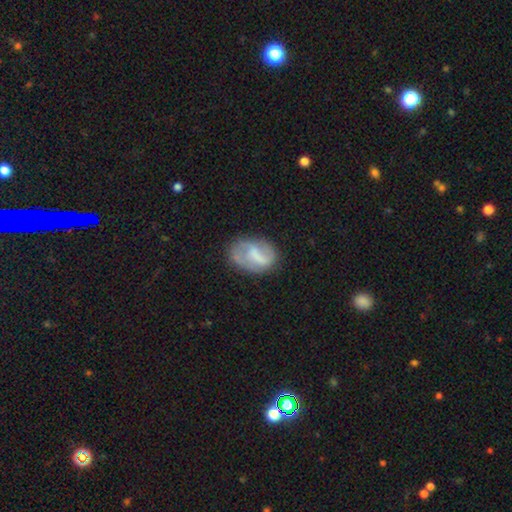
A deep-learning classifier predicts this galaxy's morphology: Smooth or featured?
  - featured or disk: 54% *
  - smooth: 39%
  - star or artifact: 7%
Edge-on disk?
  - no: 97% *
  - yes: 3%
Bar?
  - weak: 44% *
  - no: 28%
  - strong: 28%
Spiral arms?
  - yes: 67% *
  - no: 33%
Bulge size?
  - none: 48% *
  - small: 22%
  - moderate: 20%
  - large: 8%
  - dominant: 2%
Merging?
  - none: 59% *
  - minor disturbance: 25%
  - major disturbance: 14%
  - merger: 3%